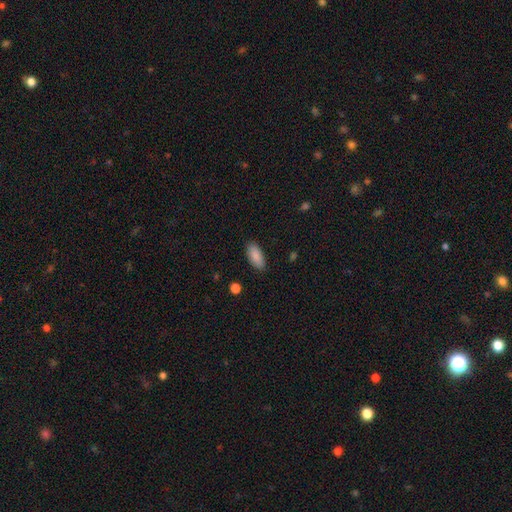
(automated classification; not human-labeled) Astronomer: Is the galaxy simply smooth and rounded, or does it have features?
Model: smooth — 89%.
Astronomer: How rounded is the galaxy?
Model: in between — 88%.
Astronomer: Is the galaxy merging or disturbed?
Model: none — 87%.